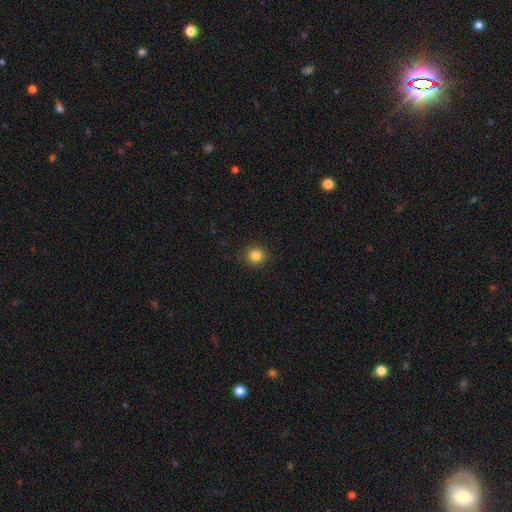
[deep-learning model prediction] smooth_or_featured: smooth (p=0.84) [alt: star or artifact p=0.11]
how_rounded: round (p=0.88) [alt: in between p=0.11]
merging: none (p=0.89) [alt: minor disturbance p=0.08]